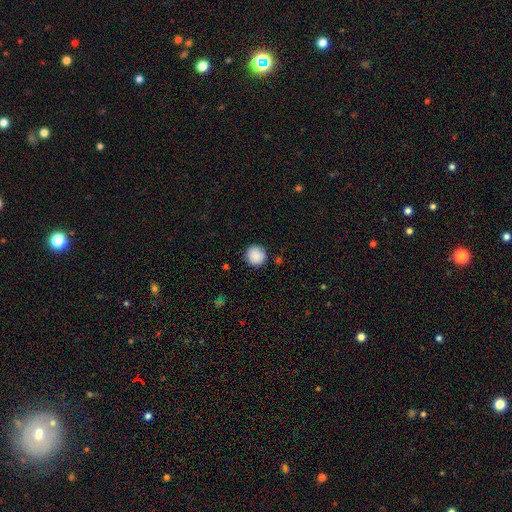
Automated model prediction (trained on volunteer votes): Smooth or featured: smooth — 89% (star or artifact — 8%)
How rounded: round — 96% (in between — 4%)
Merging: none — 90% (minor disturbance — 6%)